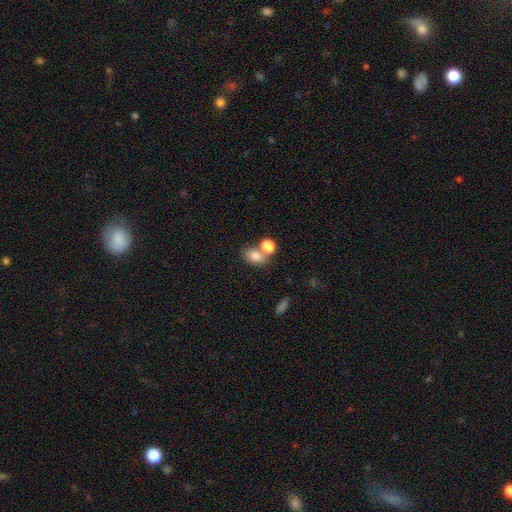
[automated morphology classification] Smooth or featured? smooth (80%)
How rounded? in between (69%)
Merging? none (48%)